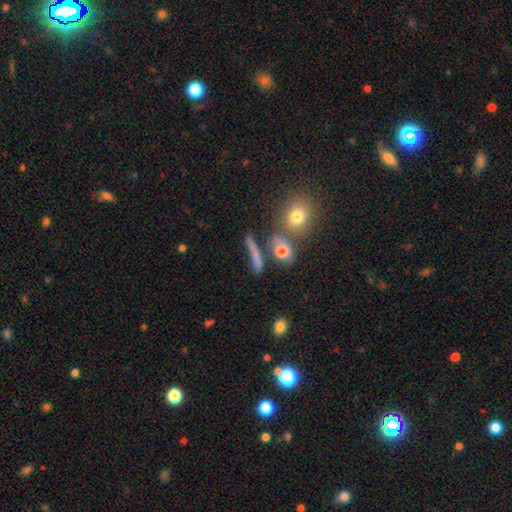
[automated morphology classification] A smooth galaxy with no disk features (66%) that is cigar-shaped (54%). Merging: none (61%).